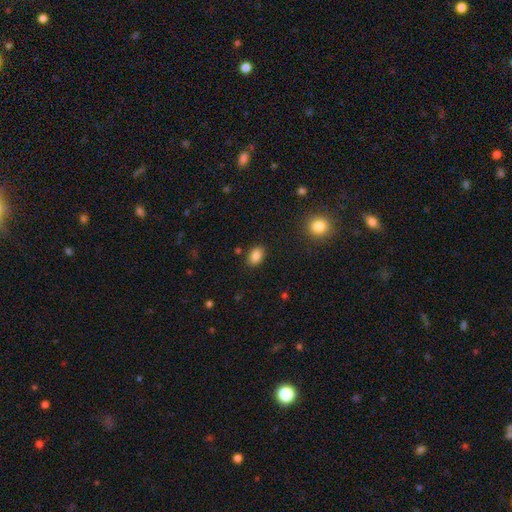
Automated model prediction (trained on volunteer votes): A smooth galaxy with no disk features (86%) that is in between round and cigar-shaped (82%). Merging: none (86%).